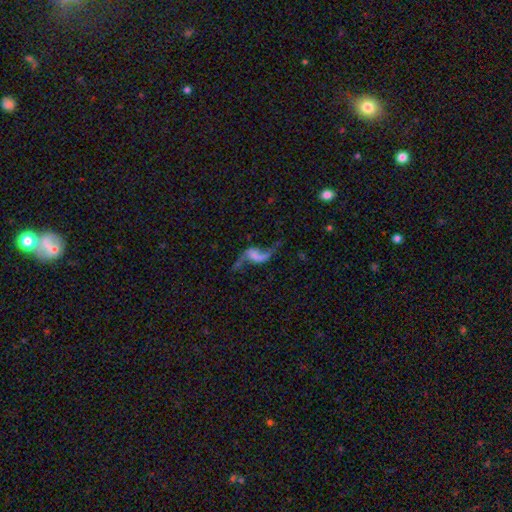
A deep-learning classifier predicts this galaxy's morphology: smooth_or_featured: featured or disk (p=0.82) [alt: smooth p=0.10]
disk_edge_on: no (p=0.96) [alt: yes p=0.04]
bar: no (p=0.40) [alt: weak p=0.38]
has_spiral_arms: yes (p=0.92) [alt: no p=0.08]
spiral_winding: loose (p=0.93) [alt: medium p=0.05]
spiral_arm_count: 2 (p=0.91) [alt: 1 p=0.04]
bulge_size: none (p=0.62) [alt: small p=0.19]
merging: none (p=0.60) [alt: major disturbance p=0.18]